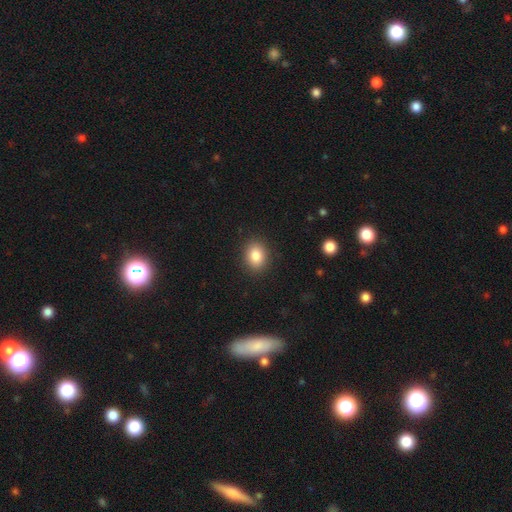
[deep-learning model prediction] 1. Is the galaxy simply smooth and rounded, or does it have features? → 85% smooth, 9% star or artifact, 6% featured or disk.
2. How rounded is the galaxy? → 56% in between, 43% round, 1% cigar-shaped.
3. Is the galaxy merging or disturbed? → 89% none, 7% minor disturbance, 2% major disturbance, 1% merger.